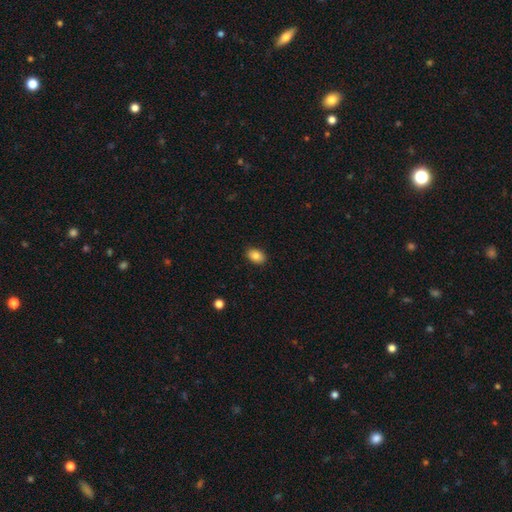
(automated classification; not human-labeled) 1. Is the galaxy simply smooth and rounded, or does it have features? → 85% smooth, 8% star or artifact, 7% featured or disk.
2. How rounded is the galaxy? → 85% in between, 14% round, 1% cigar-shaped.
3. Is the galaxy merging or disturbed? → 89% none, 8% minor disturbance, 2% major disturbance, 1% merger.